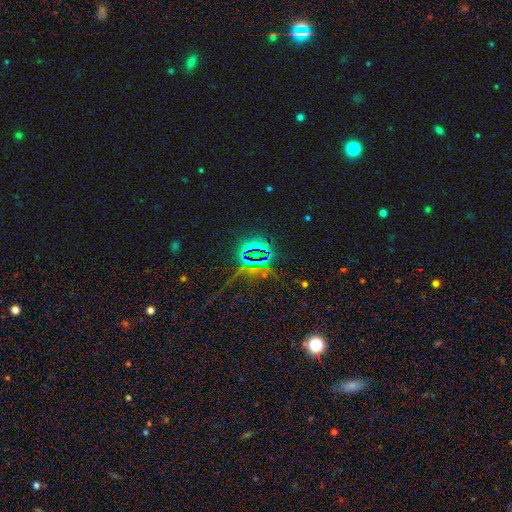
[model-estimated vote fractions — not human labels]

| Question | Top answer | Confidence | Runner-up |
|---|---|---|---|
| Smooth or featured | star or artifact | 80% | smooth (12%) |